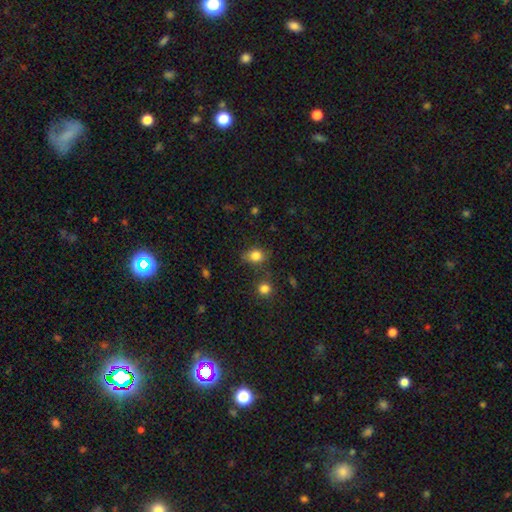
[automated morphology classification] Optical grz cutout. It shows a smooth galaxy with no disk features (82%) that is round (58%). Merging: none (65%).